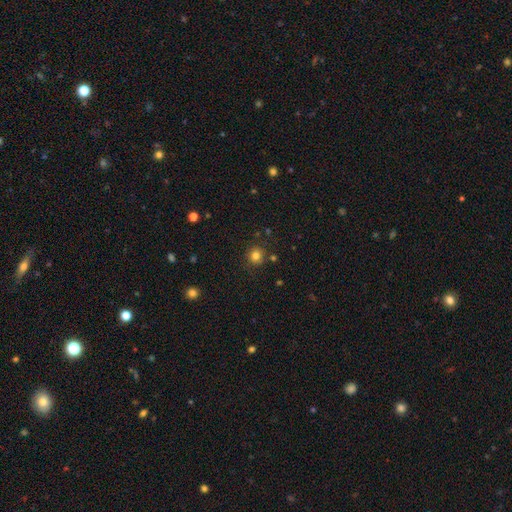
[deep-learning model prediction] A smooth galaxy with no disk features (81%) that is round (91%).

Vote fractions:
- Smooth or featured? smooth: 81% / star or artifact: 13% / featured or disk: 6%
- How rounded? round: 91% / in between: 8% / cigar-shaped: 1%
- Merging? none: 86% / minor disturbance: 8% / merger: 3% / major disturbance: 3%